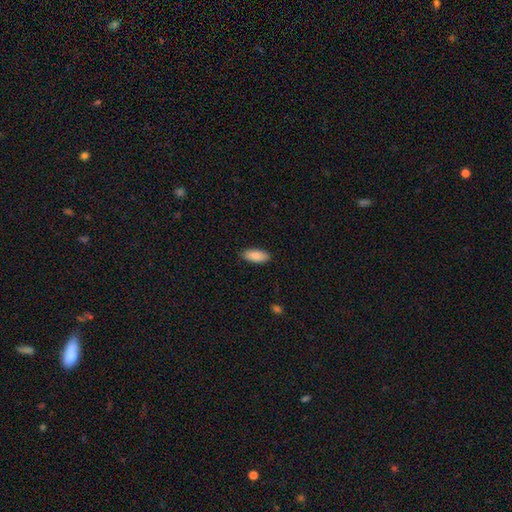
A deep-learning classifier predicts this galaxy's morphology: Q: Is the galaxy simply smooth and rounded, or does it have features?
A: smooth — 89%.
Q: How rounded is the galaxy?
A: in between — 85%.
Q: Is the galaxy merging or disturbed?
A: none — 89%.